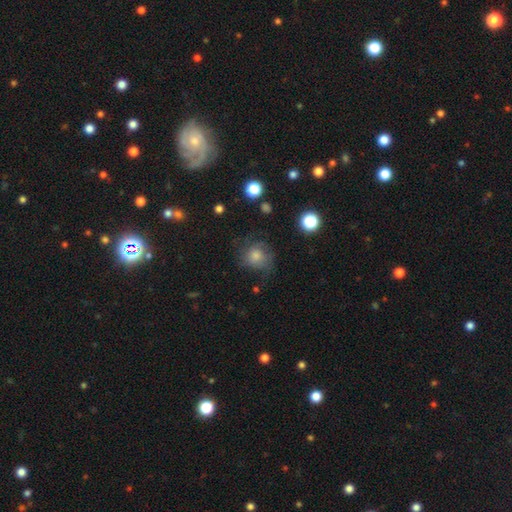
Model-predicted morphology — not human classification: This appears to be a smooth galaxy with no disk features (55%) that is round (82%). Merging: none (64%).